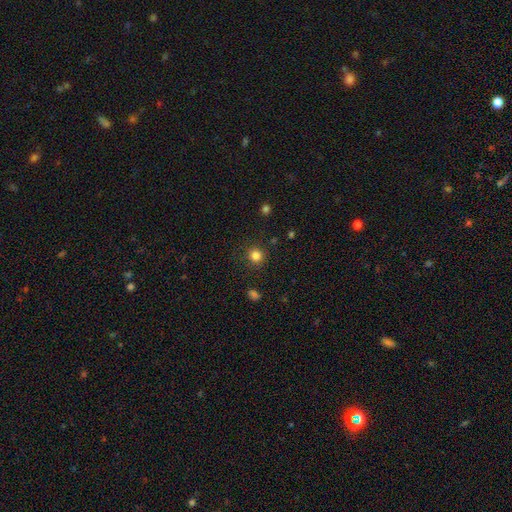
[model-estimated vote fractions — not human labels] smooth_or_featured: smooth (p=0.83) [alt: star or artifact p=0.13]
how_rounded: round (p=0.92) [alt: in between p=0.07]
merging: none (p=0.89) [alt: minor disturbance p=0.07]